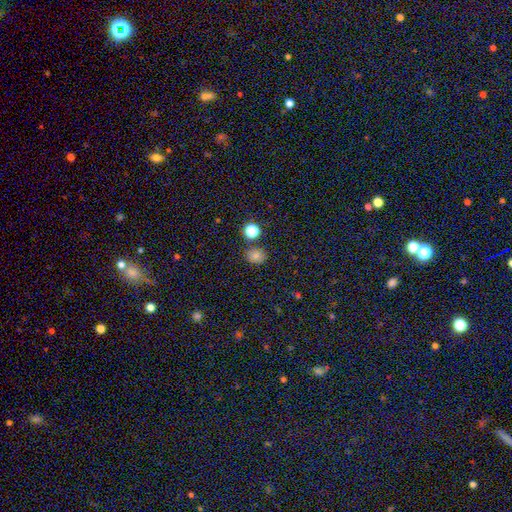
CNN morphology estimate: Smooth or featured? smooth (77%)
How rounded? round (71%)
Merging? none (80%)